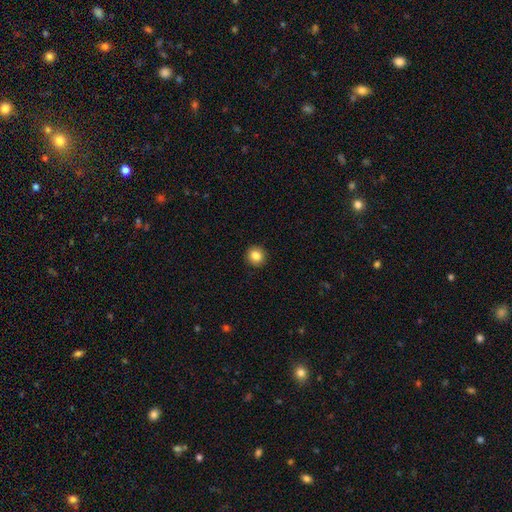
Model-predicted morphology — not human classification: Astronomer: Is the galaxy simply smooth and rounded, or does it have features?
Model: smooth — 85%.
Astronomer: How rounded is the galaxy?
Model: round — 92%.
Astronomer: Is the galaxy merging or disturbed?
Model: none — 93%.